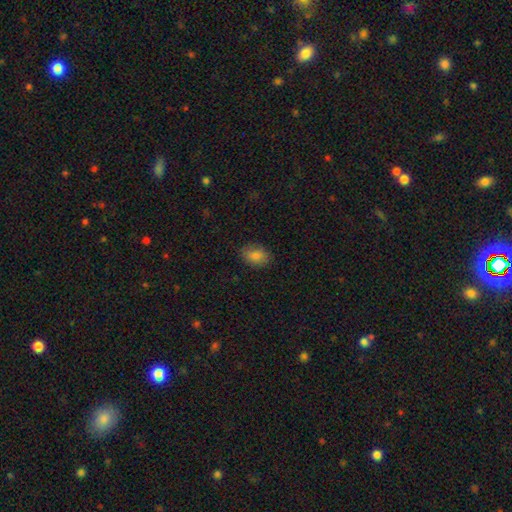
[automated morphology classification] A smooth galaxy with no disk features (83%) that is in between round and cigar-shaped (84%).

Vote fractions:
- Smooth or featured? smooth: 83% / star or artifact: 9% / featured or disk: 7%
- How rounded? in between: 84% / round: 14% / cigar-shaped: 2%
- Merging? none: 84% / minor disturbance: 13% / major disturbance: 3% / merger: 1%